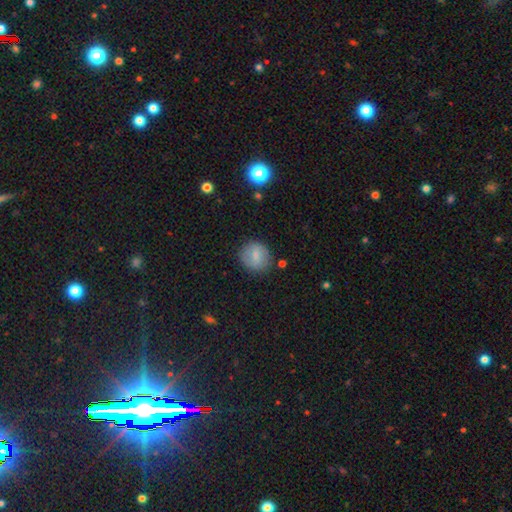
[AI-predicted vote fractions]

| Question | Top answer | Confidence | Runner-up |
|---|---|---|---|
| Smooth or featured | smooth | 77% | featured or disk (14%) |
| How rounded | round | 82% | in between (17%) |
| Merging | none | 81% | minor disturbance (13%) |